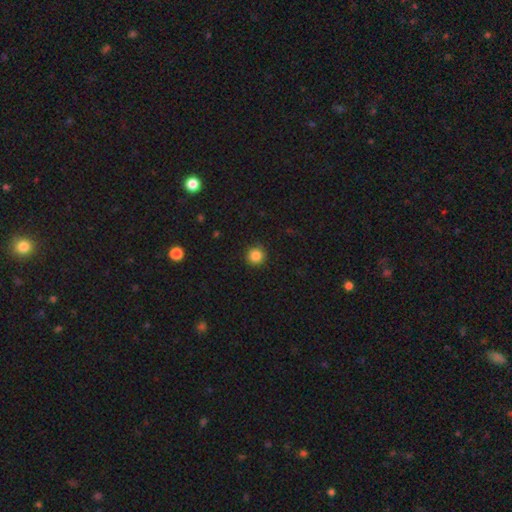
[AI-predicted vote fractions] Smooth or featured?
  - smooth: 85% *
  - star or artifact: 11%
  - featured or disk: 4%
How rounded?
  - round: 95% *
  - in between: 4%
  - cigar-shaped: 1%
Merging?
  - none: 92% *
  - minor disturbance: 5%
  - major disturbance: 2%
  - merger: 1%